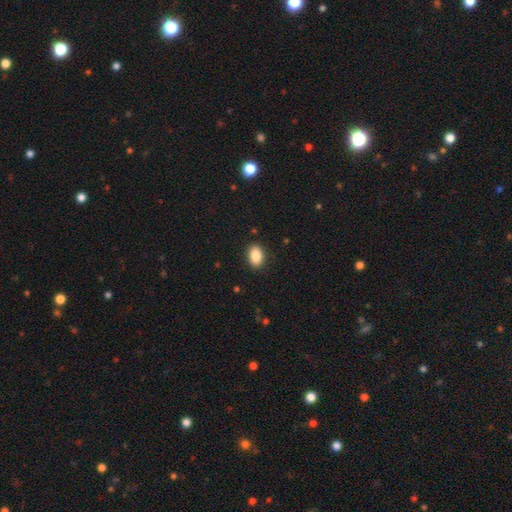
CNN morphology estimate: This appears to be a smooth galaxy with no disk features (88%) that is in between round and cigar-shaped (86%). Merging: none (89%).